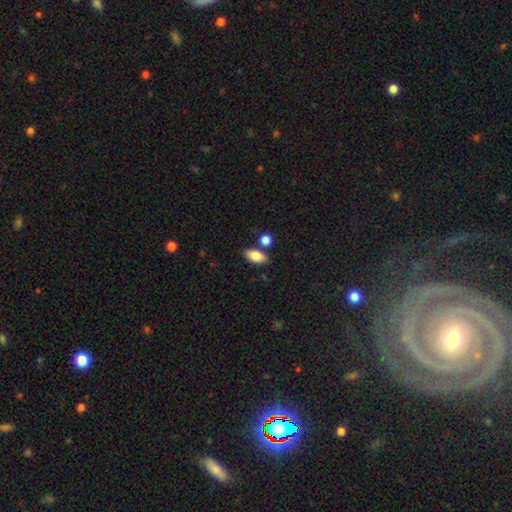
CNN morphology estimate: A smooth galaxy with no disk features (84%) that is in between round and cigar-shaped (91%). Merging: none (75%).